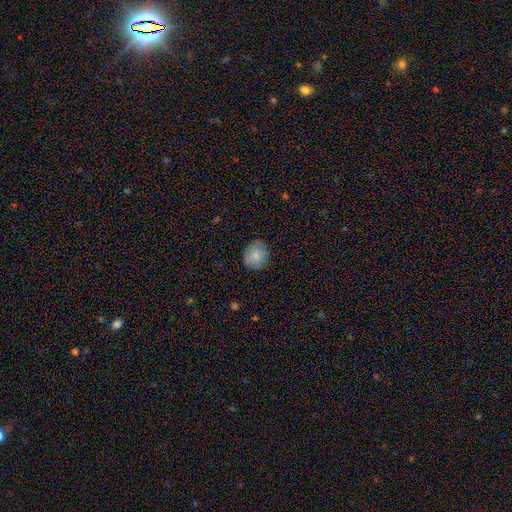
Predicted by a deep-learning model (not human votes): Morphology: type=smooth (80%); roundness=round (75%); merging=none (81%).